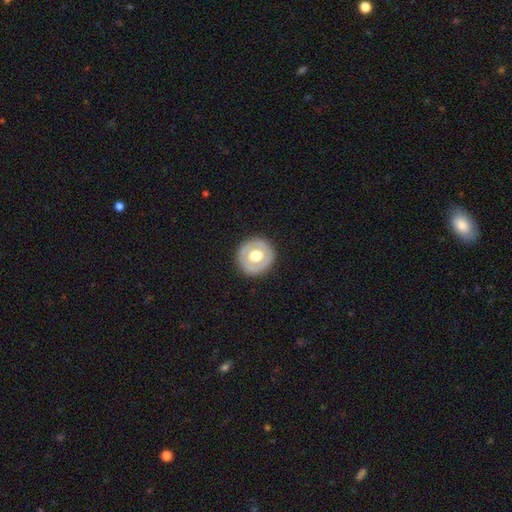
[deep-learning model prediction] smooth_or_featured: smooth (p=0.48) [alt: featured or disk p=0.46]
merging: none (p=0.88) [alt: minor disturbance p=0.08]